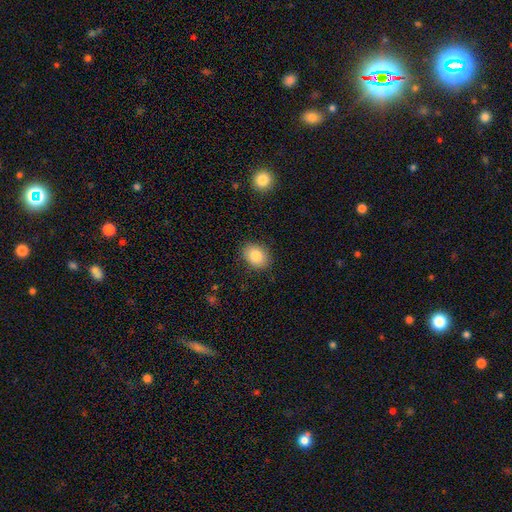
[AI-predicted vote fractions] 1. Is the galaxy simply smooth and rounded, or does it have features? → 84% smooth, 8% featured or disk, 8% star or artifact.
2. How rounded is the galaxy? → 64% in between, 35% round, 1% cigar-shaped.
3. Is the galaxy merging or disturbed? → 85% none, 11% minor disturbance, 3% major disturbance, 1% merger.